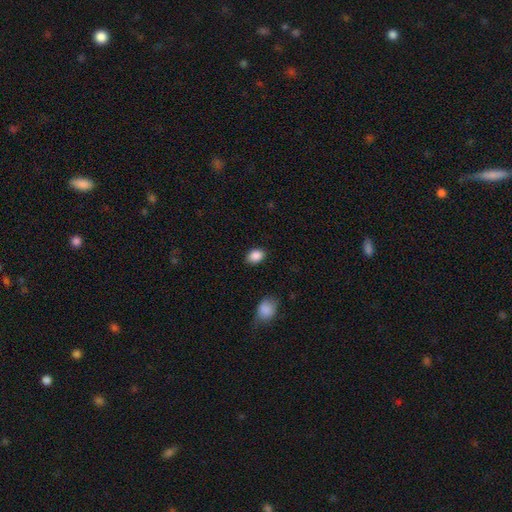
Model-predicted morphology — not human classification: The model was most divided on "how rounded": in between: 77%, round: 22%, cigar-shaped: 1%. More confident: smooth or featured — smooth (88%); merging — none (84%).